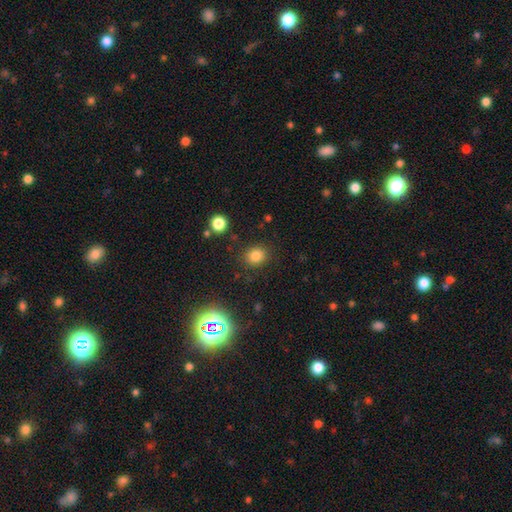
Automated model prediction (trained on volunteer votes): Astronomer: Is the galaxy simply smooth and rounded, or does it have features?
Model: smooth — 80%.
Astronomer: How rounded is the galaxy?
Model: round — 71%.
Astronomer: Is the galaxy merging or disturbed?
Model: none — 86%.